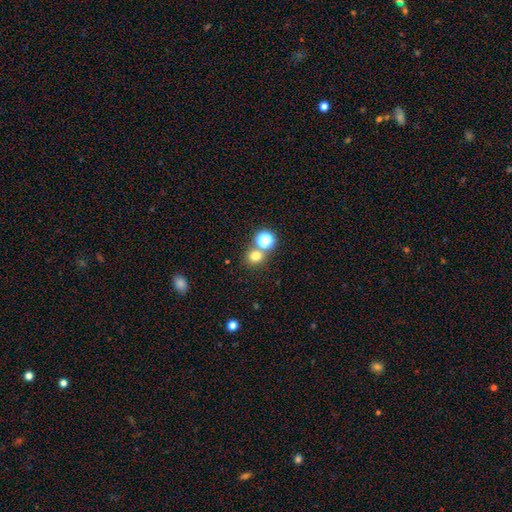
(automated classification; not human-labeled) Smooth or featured? Predicted: smooth (p=0.74). How rounded? Predicted: round (p=0.82). Merging? Predicted: none (p=0.64).